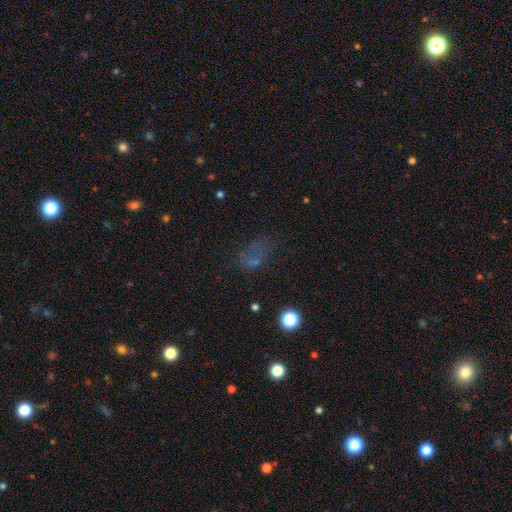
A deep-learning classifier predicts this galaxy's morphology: This is possibly a smooth galaxy (46%). Merging: possibly none (46%).